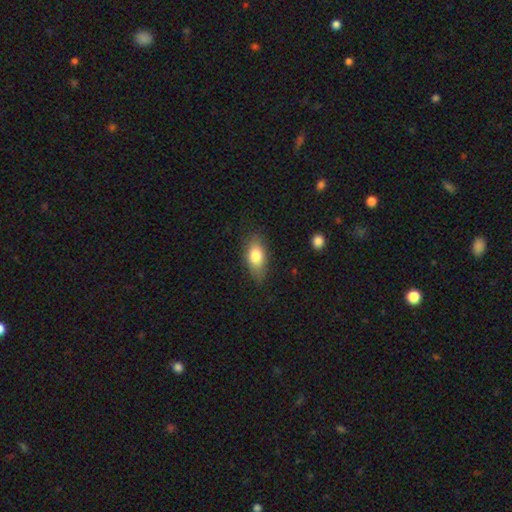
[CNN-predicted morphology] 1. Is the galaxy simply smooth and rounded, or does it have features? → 79% smooth, 14% featured or disk, 7% star or artifact.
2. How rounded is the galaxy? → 85% in between, 9% cigar-shaped, 6% round.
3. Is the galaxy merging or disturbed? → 78% none, 17% minor disturbance, 4% major disturbance, 1% merger.